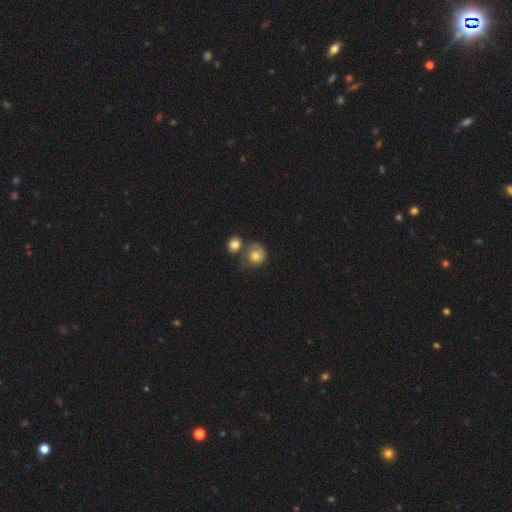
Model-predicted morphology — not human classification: This appears to be a smooth galaxy with no disk features (66%) that is round (80%). Merging: none (36%).